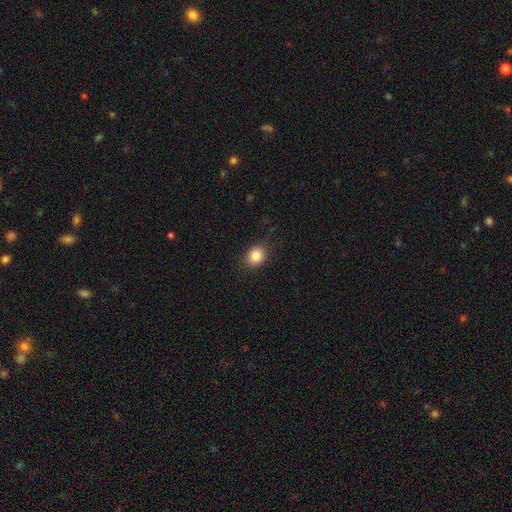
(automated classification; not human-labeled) This appears to be a smooth galaxy with no disk features (85%) that is round (56%). Merging: none (85%).